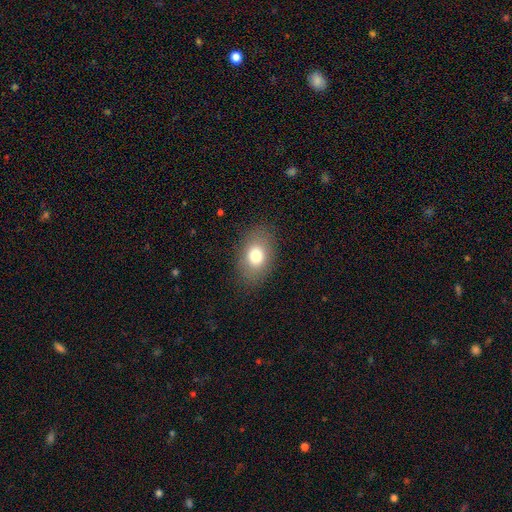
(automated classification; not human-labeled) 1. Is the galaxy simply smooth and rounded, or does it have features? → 77% smooth, 13% featured or disk, 10% star or artifact.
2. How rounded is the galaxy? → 79% in between, 20% round, 1% cigar-shaped.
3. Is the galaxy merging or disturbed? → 85% none, 10% minor disturbance, 4% major disturbance, 1% merger.